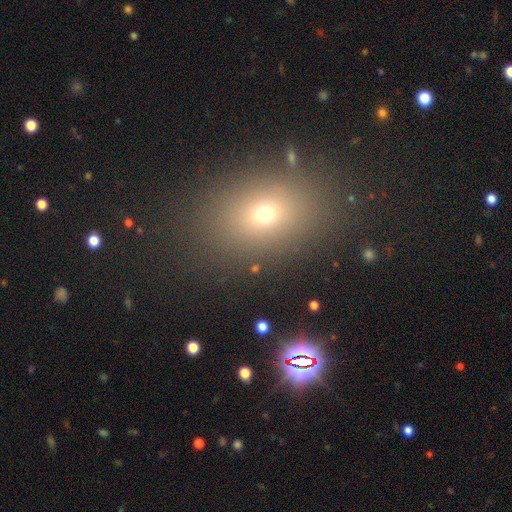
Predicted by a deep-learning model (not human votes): This is likely a smooth galaxy (60%). How rounded: likely in between (66%). Merging: clearly none (86%).